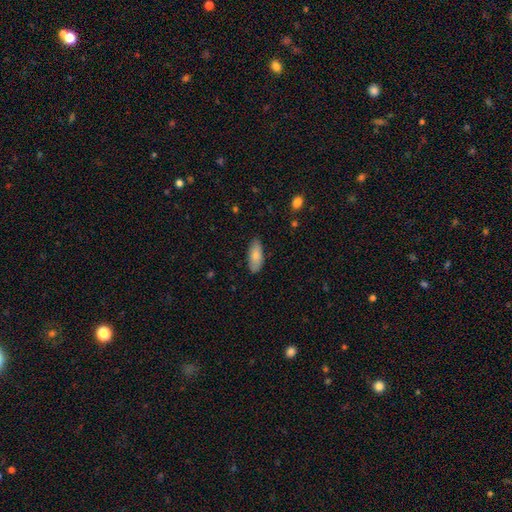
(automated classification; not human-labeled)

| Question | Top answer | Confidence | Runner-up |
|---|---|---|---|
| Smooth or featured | smooth | 80% | featured or disk (14%) |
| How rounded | in between | 85% | cigar-shaped (13%) |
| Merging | none | 82% | minor disturbance (15%) |